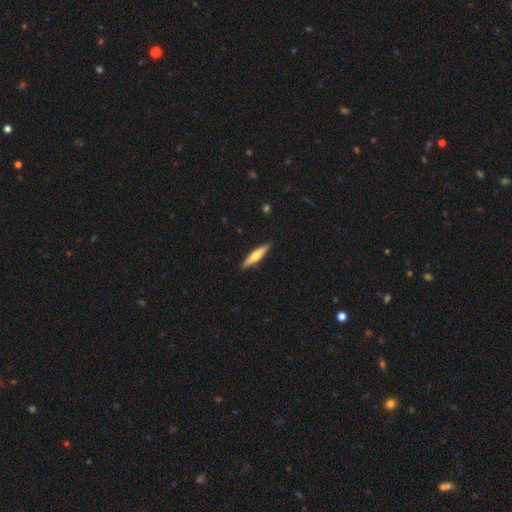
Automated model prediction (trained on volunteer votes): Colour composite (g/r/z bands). It shows a smooth galaxy with no disk features (57%) that is cigar-shaped (82%). Merging: none (90%).